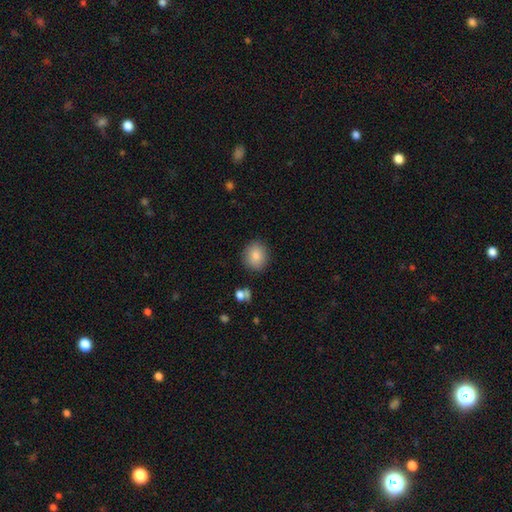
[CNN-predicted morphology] smooth_or_featured: smooth (p=0.84) [alt: star or artifact p=0.09]
how_rounded: round (p=0.80) [alt: in between p=0.19]
merging: none (p=0.87) [alt: minor disturbance p=0.09]